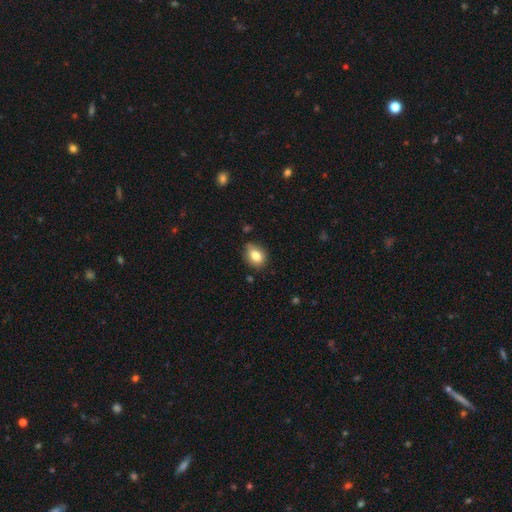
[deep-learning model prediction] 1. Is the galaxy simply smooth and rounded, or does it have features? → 82% smooth, 9% featured or disk, 9% star or artifact.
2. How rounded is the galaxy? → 64% in between, 35% round, 1% cigar-shaped.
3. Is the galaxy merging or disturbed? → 75% none, 19% minor disturbance, 3% major disturbance, 2% merger.